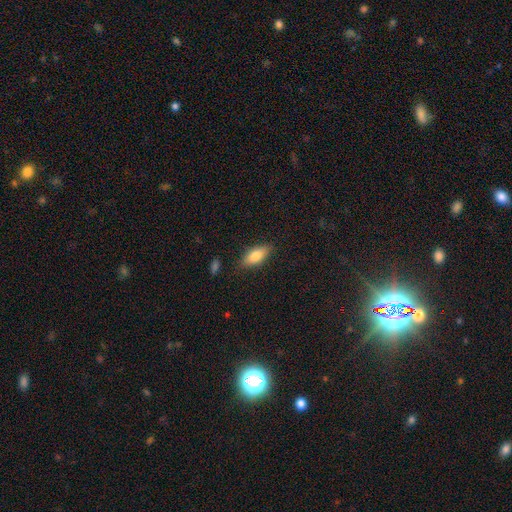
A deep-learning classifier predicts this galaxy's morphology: Q: Smooth or featured?
A: smooth (77%); runner-up: featured or disk (16%)
Q: How rounded?
A: in between (77%); runner-up: cigar-shaped (20%)
Q: Merging?
A: none (83%); runner-up: minor disturbance (13%)